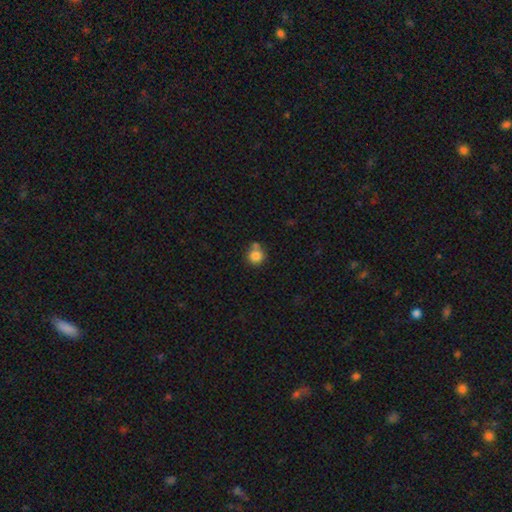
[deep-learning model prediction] Smooth or featured? smooth (83%)
How rounded? round (90%)
Merging? none (58%)